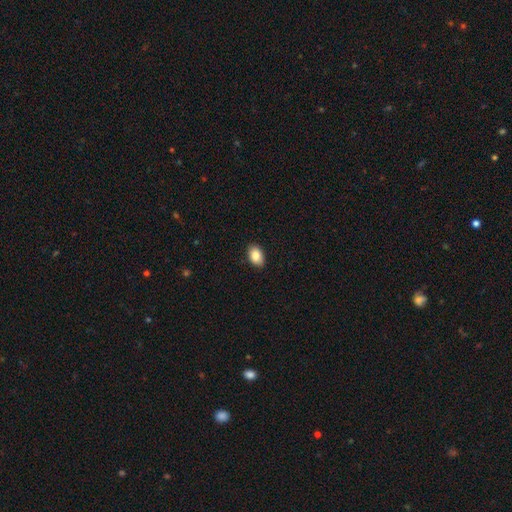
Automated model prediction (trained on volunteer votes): This appears to be a smooth galaxy with no disk features (87%) that is in between round and cigar-shaped (88%). Merging: none (87%).